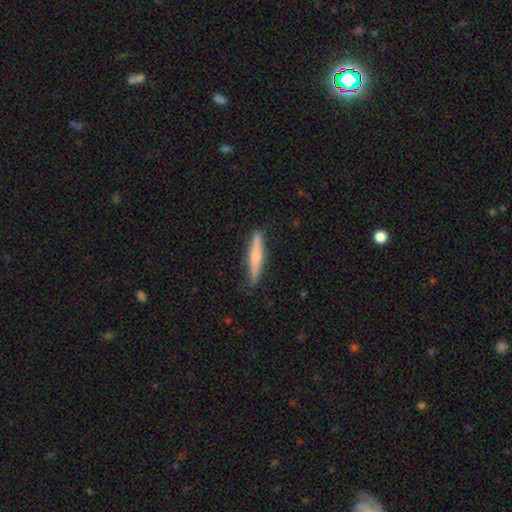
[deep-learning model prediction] This appears to be a smooth galaxy with no disk features (51%) that is cigar-shaped (92%). Merging: none (83%).